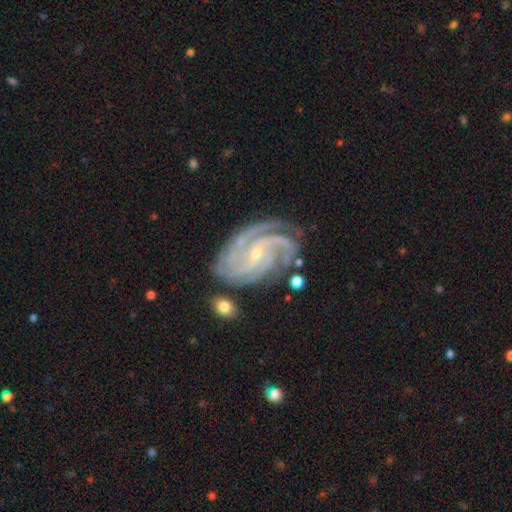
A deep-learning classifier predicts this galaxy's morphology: Smooth or featured?
  - featured or disk: 90% *
  - star or artifact: 6%
  - smooth: 4%
Edge-on disk?
  - no: 97% *
  - yes: 3%
Bar?
  - no: 45% *
  - weak: 36%
  - strong: 19%
Spiral arms?
  - yes: 99% *
  - no: 1%
Spiral winding?
  - tight: 69% *
  - medium: 27%
  - loose: 4%
Spiral arm count?
  - 3: 37% *
  - 4: 27%
  - 2: 13%
  - can't tell: 10%
  - more than 4: 8%
  - 1: 6%
Bulge size?
  - small: 80% *
  - moderate: 16%
  - none: 2%
  - large: 1%
  - dominant: 1%
Merging?
  - none: 71% *
  - minor disturbance: 19%
  - major disturbance: 6%
  - merger: 4%